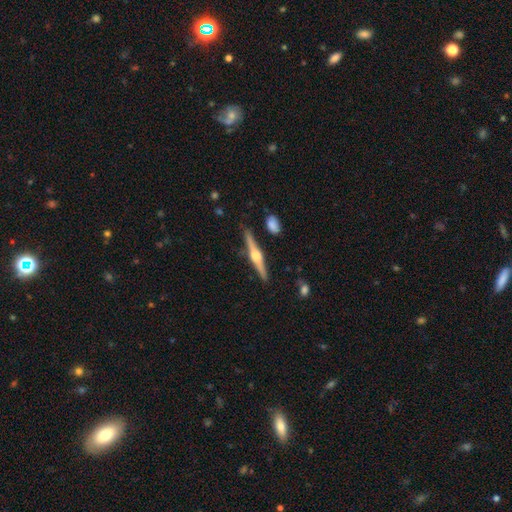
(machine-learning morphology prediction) The model was most divided on "smooth or featured": featured or disk: 81%, smooth: 13%, star or artifact: 5%. More confident: edge-on disk — yes (98%); edge-on bulge — rounded (94%); merging — none (88%).